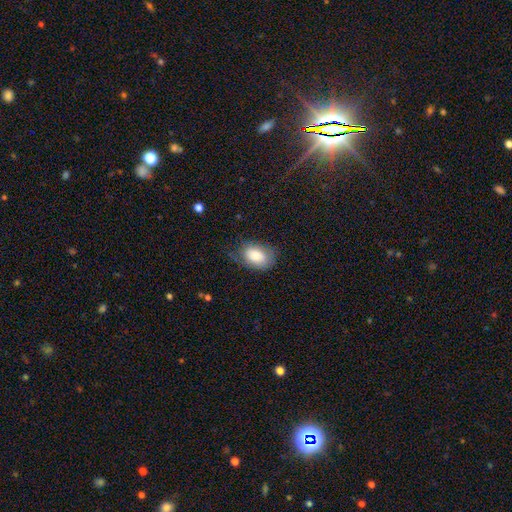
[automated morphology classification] smooth-or-featured: smooth: 79% | featured or disk: 14% | star or artifact: 7%
  how-rounded: in between: 87% | round: 11% | cigar-shaped: 1%
  merging: none: 54% | minor disturbance: 30% | major disturbance: 15% | merger: 2%